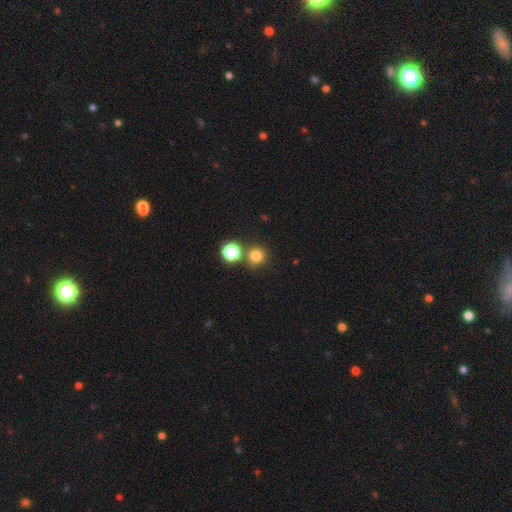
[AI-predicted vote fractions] Morphology: type=smooth (79%); roundness=round (91%); merging=none (73%).